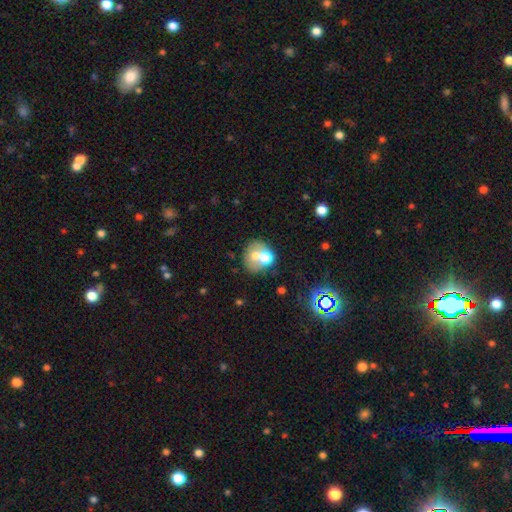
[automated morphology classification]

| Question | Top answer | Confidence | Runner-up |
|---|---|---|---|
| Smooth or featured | smooth | 58% | featured or disk (29%) |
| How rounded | round | 64% | in between (35%) |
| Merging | none | 43% | merger (39%) |